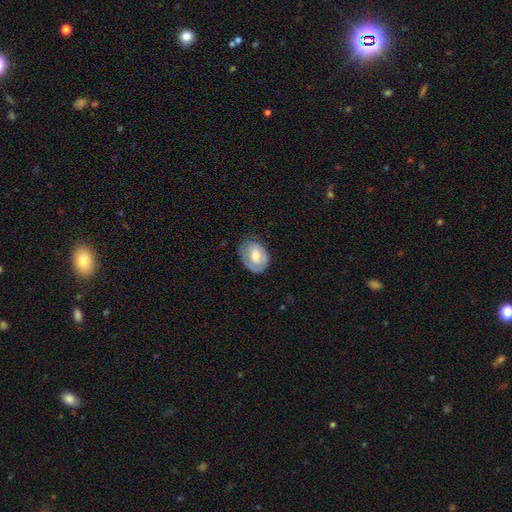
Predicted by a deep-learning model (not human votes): Smooth or featured? Predicted: smooth (p=0.59). How rounded? Predicted: in between (p=0.68). Merging? Predicted: none (p=0.63).